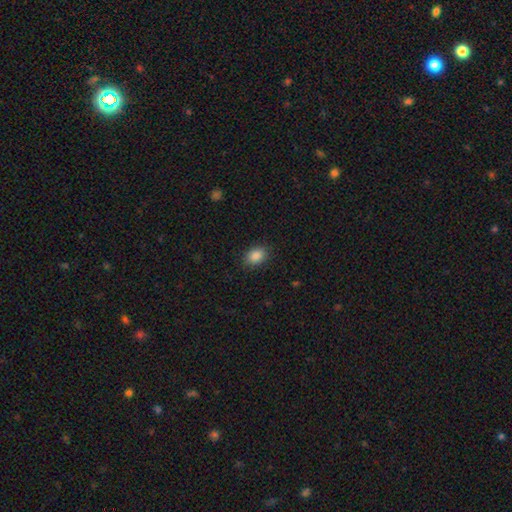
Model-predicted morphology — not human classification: The model was most divided on "how rounded": in between: 72%, round: 27%, cigar-shaped: 1%. More confident: smooth or featured — smooth (88%); merging — none (86%).